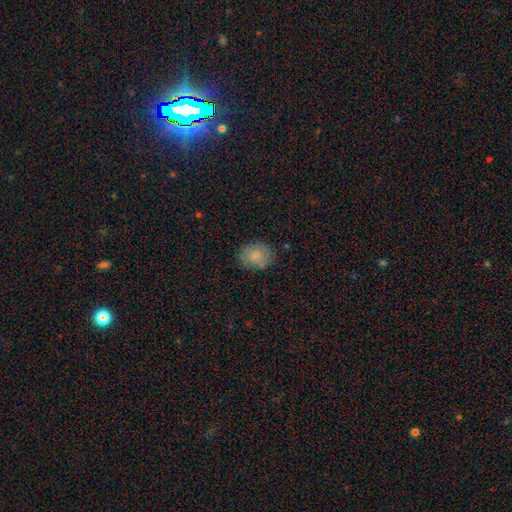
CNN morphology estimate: Smooth or featured?
  - smooth: 79% *
  - featured or disk: 13%
  - star or artifact: 8%
How rounded?
  - in between: 58% *
  - round: 41%
  - cigar-shaped: 1%
Merging?
  - none: 81% *
  - minor disturbance: 14%
  - major disturbance: 3%
  - merger: 2%